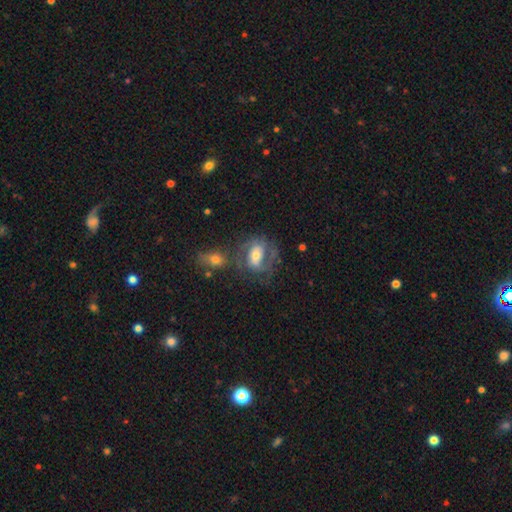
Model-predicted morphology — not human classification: Smooth or featured? featured or disk (63%)
Edge-on disk? no (95%)
Bar? no (43%)
Spiral arms? yes (74%)
Bulge size? moderate (54%)
Merging? none (48%)